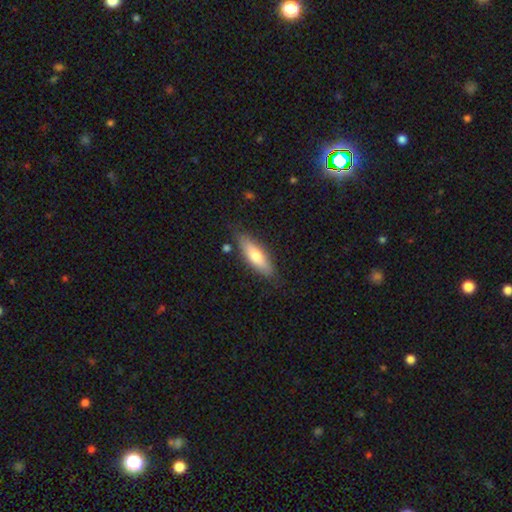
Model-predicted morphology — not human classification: Q: Smooth or featured?
A: smooth (68%); runner-up: featured or disk (26%)
Q: How rounded?
A: in between (49%); tied with: cigar-shaped (49%)
Q: Merging?
A: none (80%); runner-up: minor disturbance (14%)